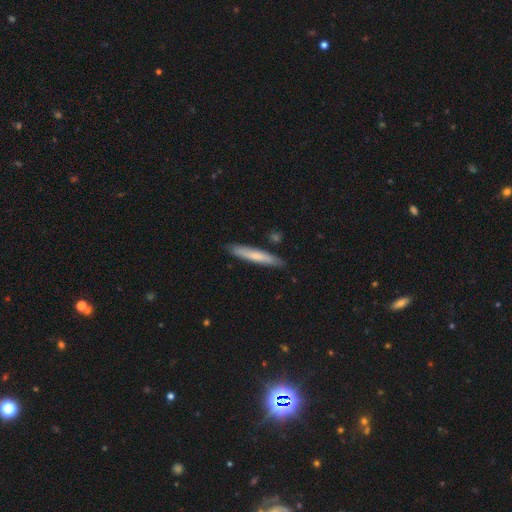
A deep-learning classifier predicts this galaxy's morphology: type=smooth (68%); roundness=cigar-shaped (93%); merging=none (86%).